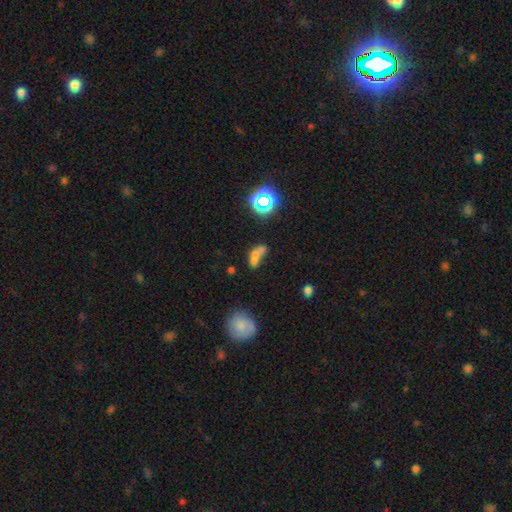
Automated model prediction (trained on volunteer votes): Smooth or featured? smooth (54%)
How rounded? in between (59%)
Merging? merger (58%)